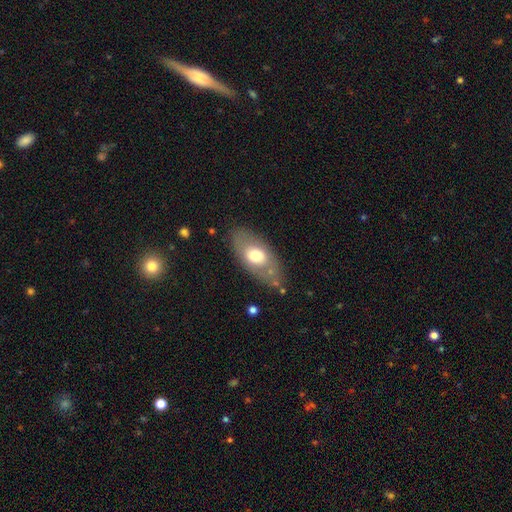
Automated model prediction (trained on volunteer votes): Smooth or featured?
  - smooth: 59% *
  - featured or disk: 35%
  - star or artifact: 7%
How rounded?
  - in between: 89% *
  - round: 6%
  - cigar-shaped: 4%
Merging?
  - none: 76% *
  - minor disturbance: 15%
  - major disturbance: 6%
  - merger: 3%